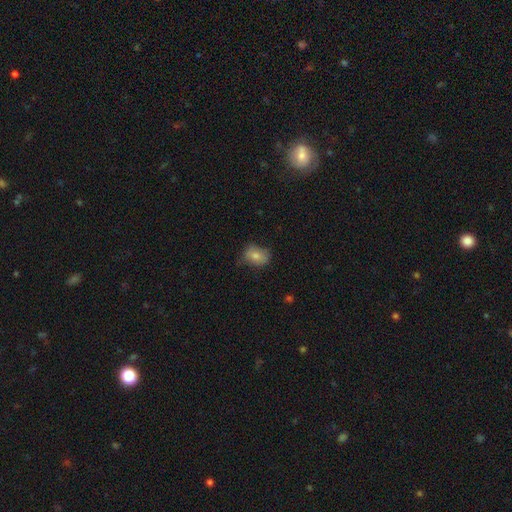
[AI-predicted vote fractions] smooth-or-featured: smooth: 70% | featured or disk: 18% | star or artifact: 12%
  how-rounded: in between: 58% | round: 41% | cigar-shaped: 1%
  merging: none: 66% | minor disturbance: 26% | major disturbance: 7% | merger: 1%